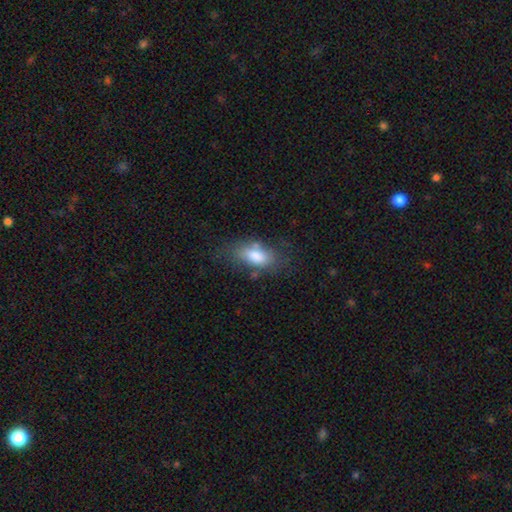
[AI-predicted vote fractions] Smooth or featured? Predicted: smooth (p=0.77). How rounded? Predicted: in between (p=0.86). Merging? Predicted: none (p=0.61).